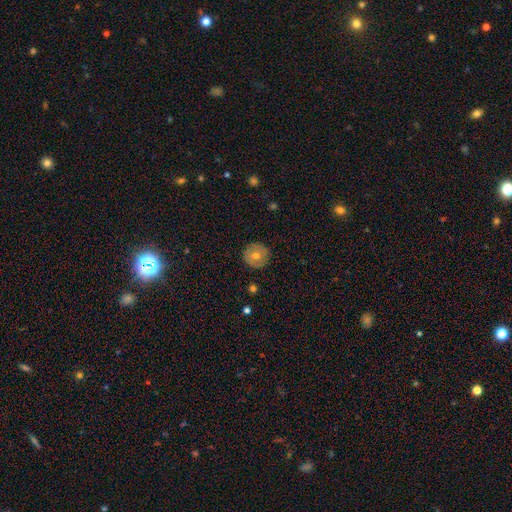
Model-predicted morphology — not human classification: Overall: smooth (56%; featured or disk 36%). How rounded: round (95%). Merging: none (89%).